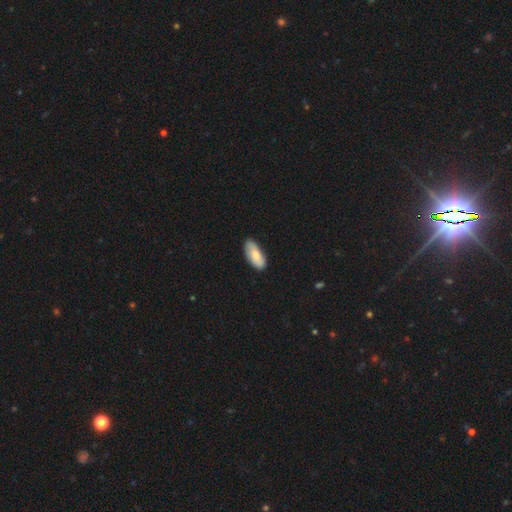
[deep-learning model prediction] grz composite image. It shows a smooth galaxy with no disk features (78%) that is in between round and cigar-shaped (86%). Merging: none (81%).